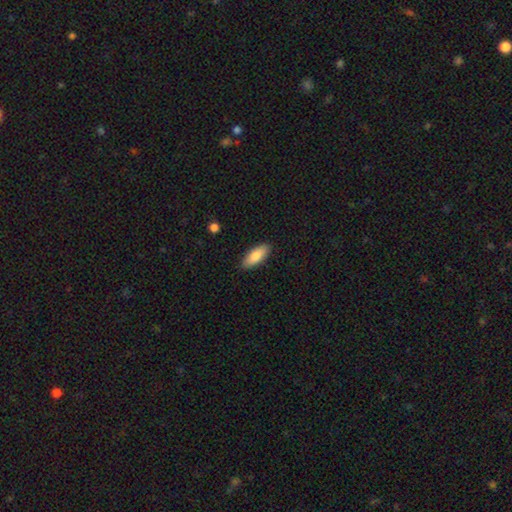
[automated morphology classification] Overall: smooth (83%). How rounded: in between (75%). Merging: none (88%).